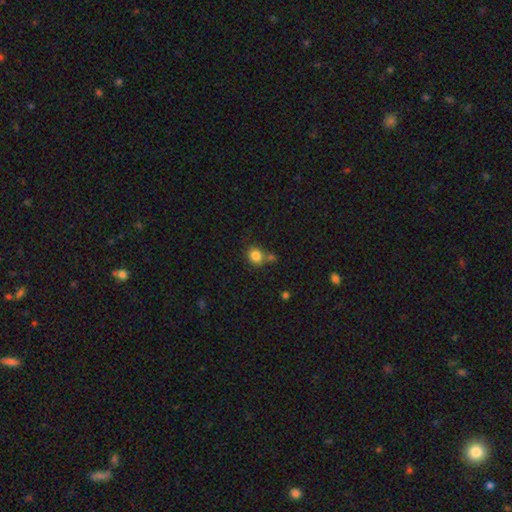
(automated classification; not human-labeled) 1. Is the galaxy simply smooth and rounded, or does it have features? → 84% smooth, 11% star or artifact, 6% featured or disk.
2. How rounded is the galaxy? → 80% round, 19% in between, 1% cigar-shaped.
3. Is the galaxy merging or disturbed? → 60% none, 23% merger, 12% minor disturbance, 4% major disturbance.